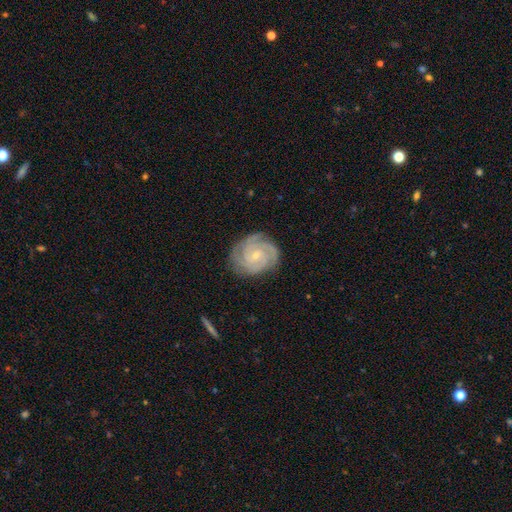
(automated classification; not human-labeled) featured or disk 88%, smooth 6%, star or artifact 5%. Down the decision tree: edge-on disk — no (98%); bar — no (64%); spiral arms — yes (98%); spiral arm count — 3 (43%); spiral winding — tight (77%); bulge size — small (74%); merging — none (81%).